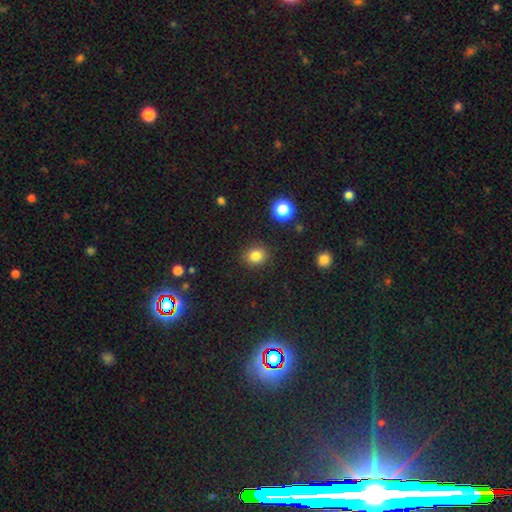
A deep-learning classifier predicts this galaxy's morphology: Smooth or featured? smooth (83%)
How rounded? round (80%)
Merging? none (89%)